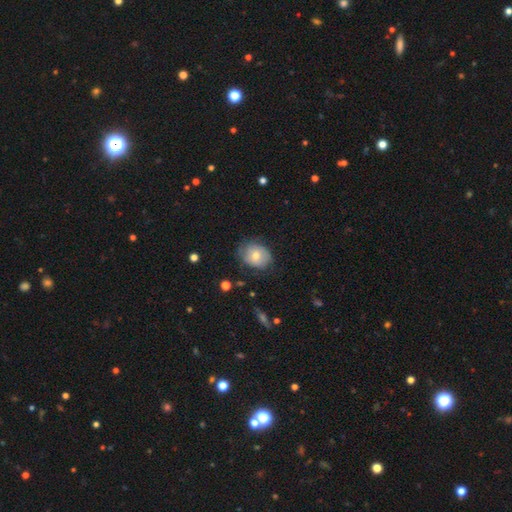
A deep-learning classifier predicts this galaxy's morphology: smooth 60%, featured or disk 31%, star or artifact 8%. Down the decision tree: how rounded — round (55%); merging — none (66%).